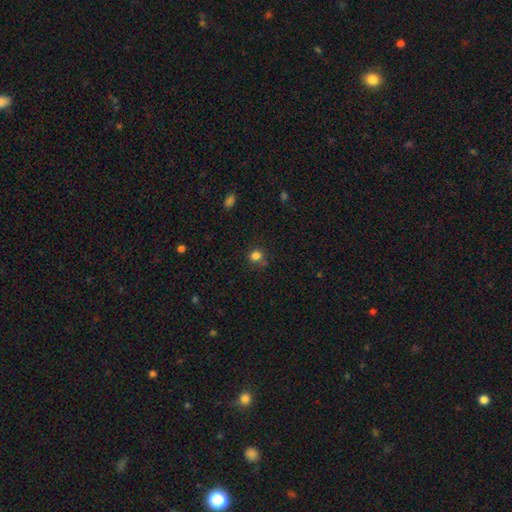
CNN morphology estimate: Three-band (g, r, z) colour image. It shows a smooth galaxy with no disk features (80%) that is round (74%). Merging: none (68%).